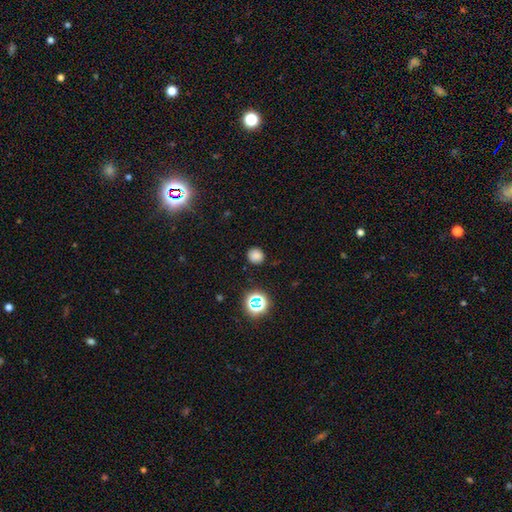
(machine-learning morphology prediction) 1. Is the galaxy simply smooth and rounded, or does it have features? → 77% smooth, 18% star or artifact, 5% featured or disk.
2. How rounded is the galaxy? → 85% round, 14% in between, 1% cigar-shaped.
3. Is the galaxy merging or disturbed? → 87% none, 9% minor disturbance, 3% major disturbance, 2% merger.